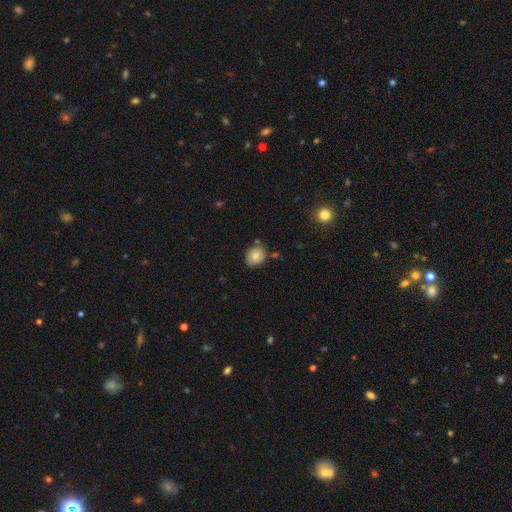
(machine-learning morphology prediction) smooth 79%, featured or disk 12%, star or artifact 9%. Down the decision tree: how rounded — round (67%); merging — none (71%).